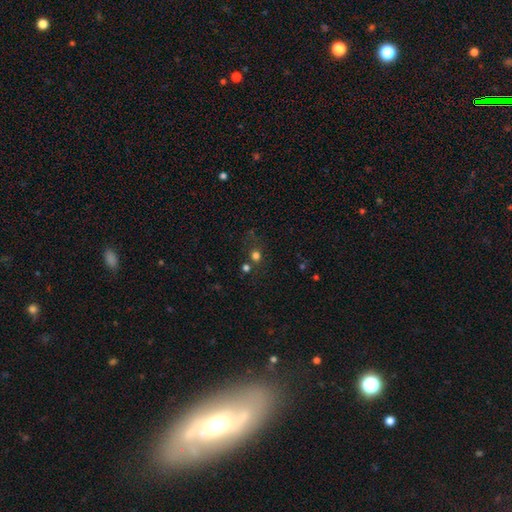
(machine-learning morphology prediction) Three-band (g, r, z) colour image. It shows a smooth galaxy with no disk features (68%) that is round (84%). Merging: none (66%).